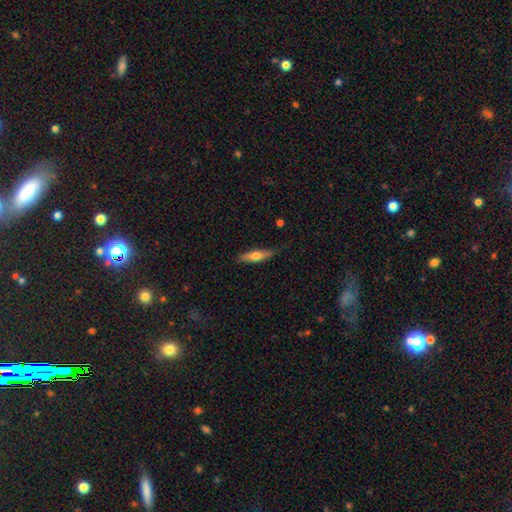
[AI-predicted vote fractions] smooth_or_featured: smooth (p=0.59) [alt: featured or disk p=0.35]
how_rounded: cigar-shaped (p=0.69) [alt: in between p=0.29]
merging: none (p=0.80) [alt: minor disturbance p=0.16]